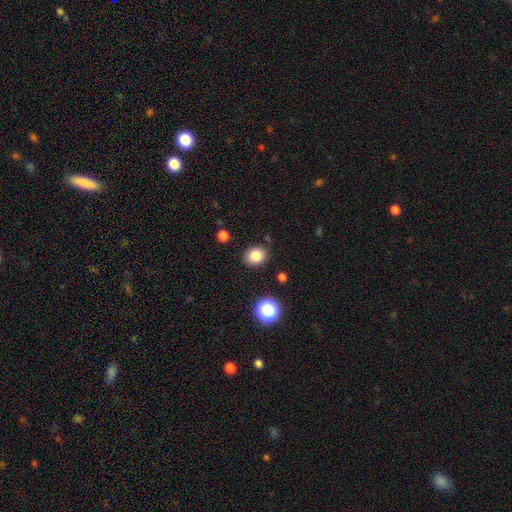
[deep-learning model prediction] smooth_or_featured: smooth (p=0.83) [alt: star or artifact p=0.11]
how_rounded: round (p=0.62) [alt: in between p=0.37]
merging: none (p=0.85) [alt: minor disturbance p=0.10]